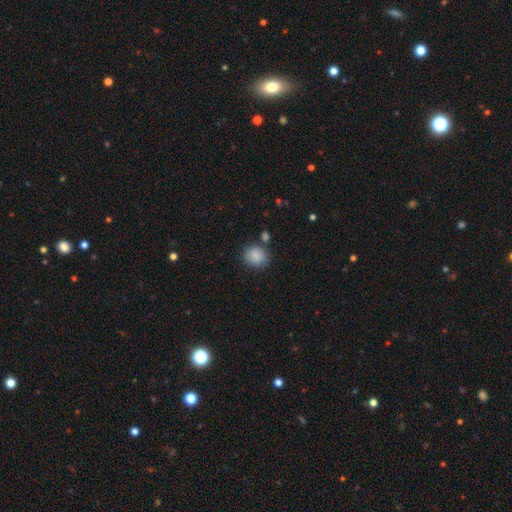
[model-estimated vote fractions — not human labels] smooth_or_featured: smooth (p=0.88) [alt: star or artifact p=0.08]
how_rounded: round (p=0.71) [alt: in between p=0.28]
merging: none (p=0.76) [alt: minor disturbance p=0.12]